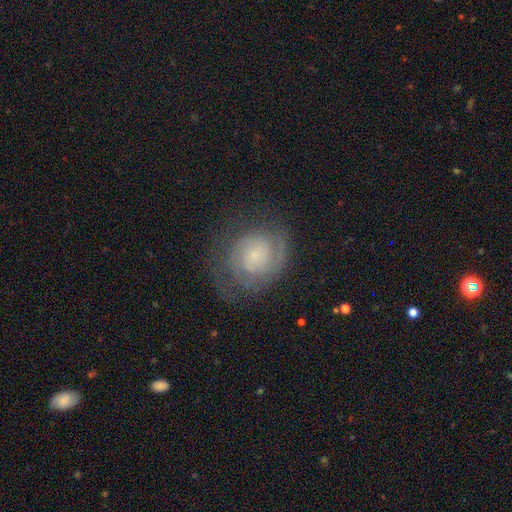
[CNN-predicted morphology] A featured or disk galaxy (71%) with no bar (70%), 2 (50%) tight (58%) spiral arms (91%) and a small central bulge (57%). Merging: none (68%).